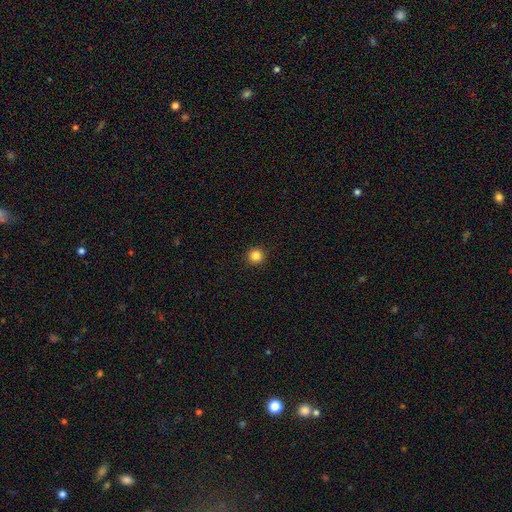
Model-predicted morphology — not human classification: The model was most divided on "smooth or featured": smooth: 85%, star or artifact: 12%, featured or disk: 4%. More confident: how rounded — round (96%); merging — none (93%).